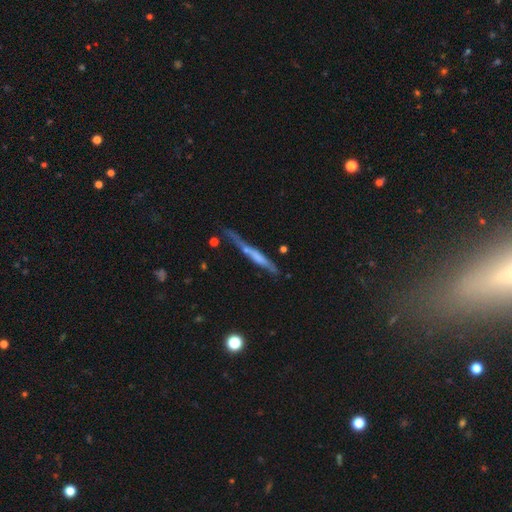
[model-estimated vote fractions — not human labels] smooth-or-featured: featured or disk: 54% | smooth: 37% | star or artifact: 9%
  disk-edge-on: yes: 89% | no: 11%
  merging: none: 58% | minor disturbance: 24% | major disturbance: 10% | merger: 8%